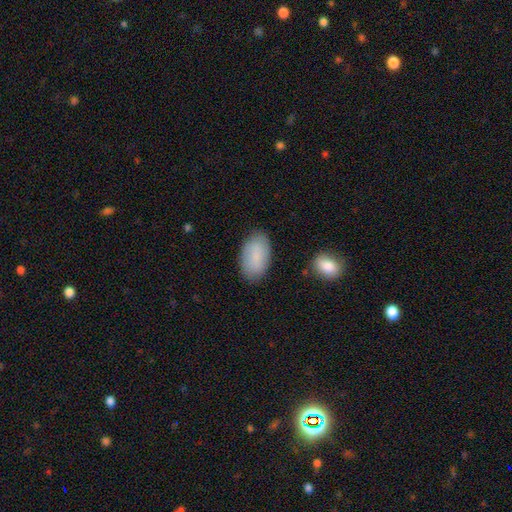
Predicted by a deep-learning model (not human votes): Smooth or featured? smooth (85%)
How rounded? in between (95%)
Merging? none (83%)